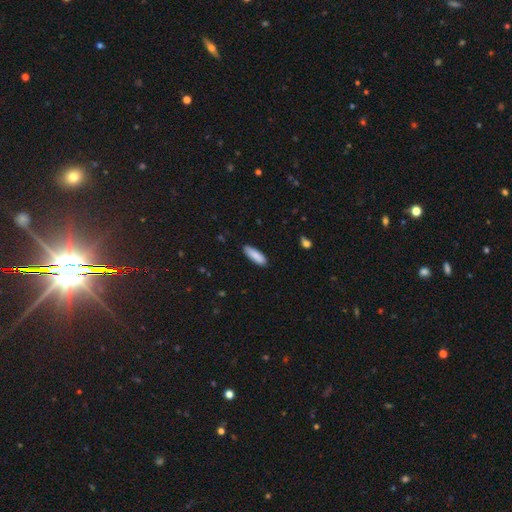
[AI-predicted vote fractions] smooth-or-featured: smooth: 88% | featured or disk: 6% | star or artifact: 6%
  how-rounded: cigar-shaped: 50% | in between: 49% | round: 1%
  merging: none: 87% | minor disturbance: 10% | major disturbance: 2% | merger: 1%